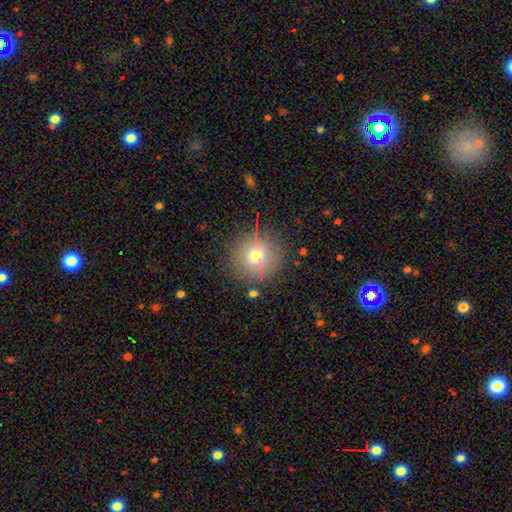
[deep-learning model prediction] smooth_or_featured: smooth (p=0.65) [alt: star or artifact p=0.18]
how_rounded: round (p=0.93) [alt: in between p=0.06]
merging: none (p=0.85) [alt: minor disturbance p=0.09]